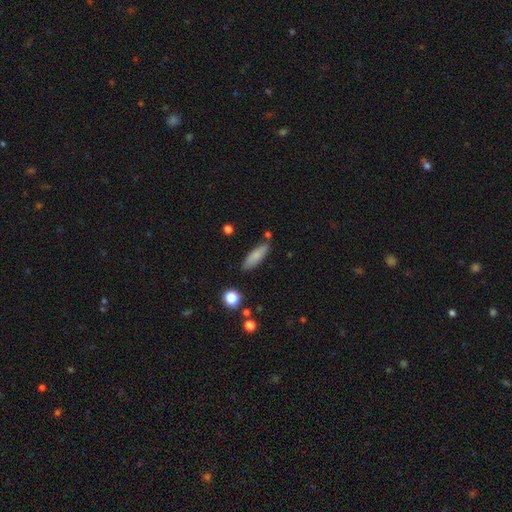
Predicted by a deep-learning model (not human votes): Smooth or featured?
  - smooth: 78% *
  - featured or disk: 14%
  - star or artifact: 7%
How rounded?
  - cigar-shaped: 57% *
  - in between: 40%
  - round: 2%
Merging?
  - none: 80% *
  - minor disturbance: 13%
  - merger: 5%
  - major disturbance: 3%